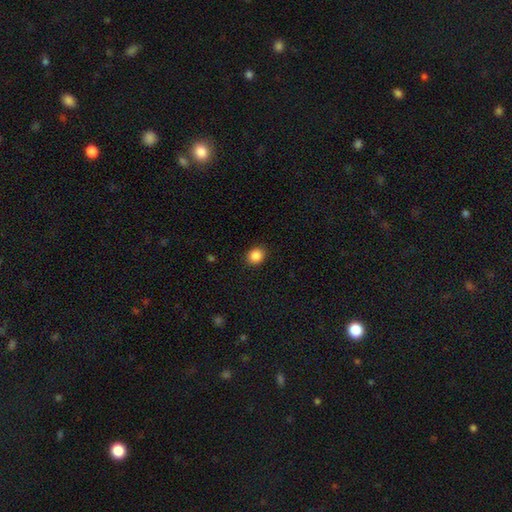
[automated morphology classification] type=smooth (87%); roundness=round (69%); merging=none (90%).